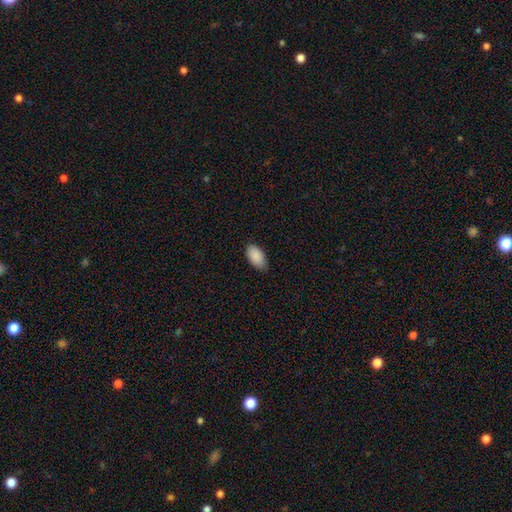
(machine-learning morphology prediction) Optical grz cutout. It shows a smooth galaxy with no disk features (90%) that is in between round and cigar-shaped (95%). Merging: none (77%).